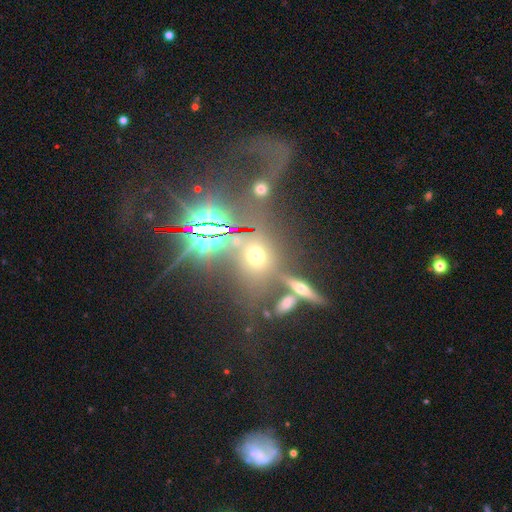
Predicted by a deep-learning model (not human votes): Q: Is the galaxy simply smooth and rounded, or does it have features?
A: smooth — 43%.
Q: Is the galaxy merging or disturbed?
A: none — 54%.